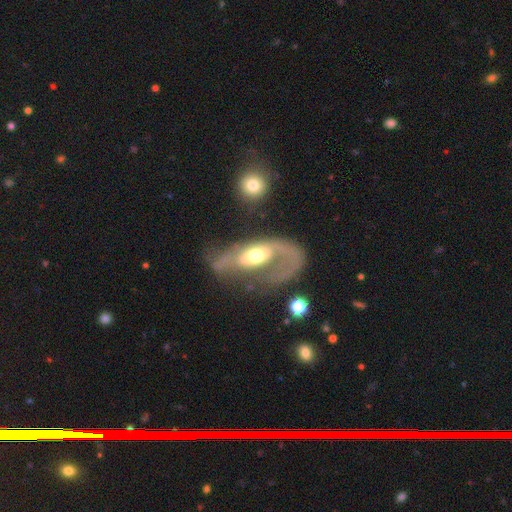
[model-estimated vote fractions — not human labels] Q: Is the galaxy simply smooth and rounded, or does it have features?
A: featured or disk — 68%.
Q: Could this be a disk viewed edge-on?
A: no — 90%.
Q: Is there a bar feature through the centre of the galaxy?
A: no — 69%.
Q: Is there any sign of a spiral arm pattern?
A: yes — 62%.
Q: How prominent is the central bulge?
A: moderate — 62%.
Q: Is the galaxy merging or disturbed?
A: major disturbance — 51%.